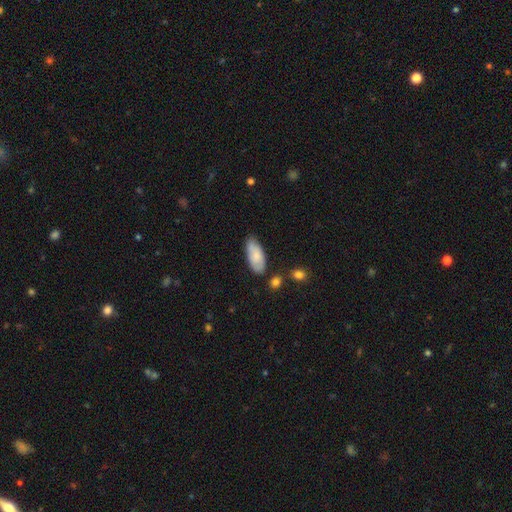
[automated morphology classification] smooth 79%, featured or disk 15%, star or artifact 6%. Down the decision tree: how rounded — in between (88%); merging — none (69%).